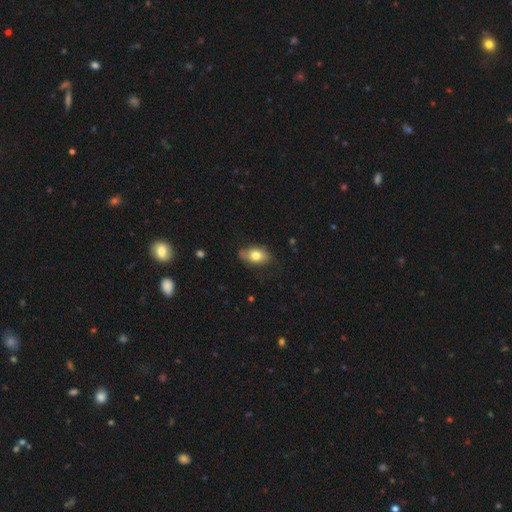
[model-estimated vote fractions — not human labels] The model was most divided on "merging": none: 72%, minor disturbance: 22%, major disturbance: 4%, merger: 2%. More confident: how rounded — in between (87%); smooth or featured — smooth (75%).